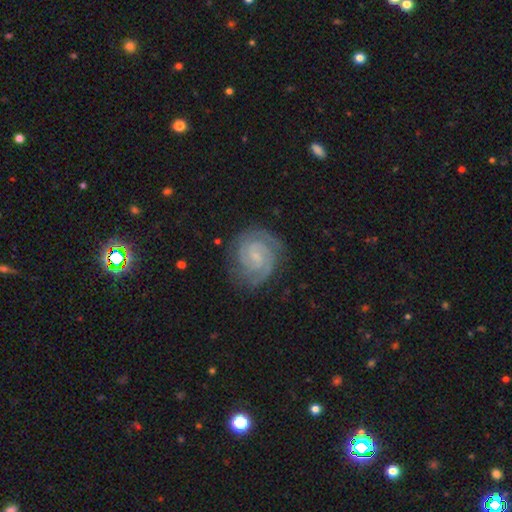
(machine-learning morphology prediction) The model was most divided on "bar": weak: 49%, no: 38%, strong: 13%. More confident: spiral arms — yes (98%); edge-on disk — no (98%); smooth or featured — featured or disk (86%); merging — none (81%); spiral arm count — 2 (72%); spiral winding — tight (70%); bulge size — small (66%).